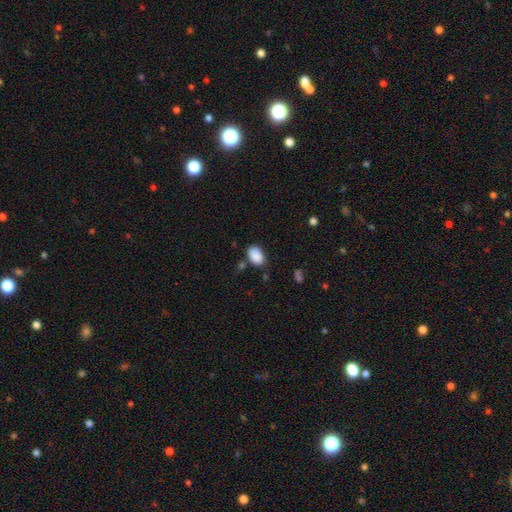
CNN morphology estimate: type=smooth (89%); roundness=in between (87%); merging=none (77%).